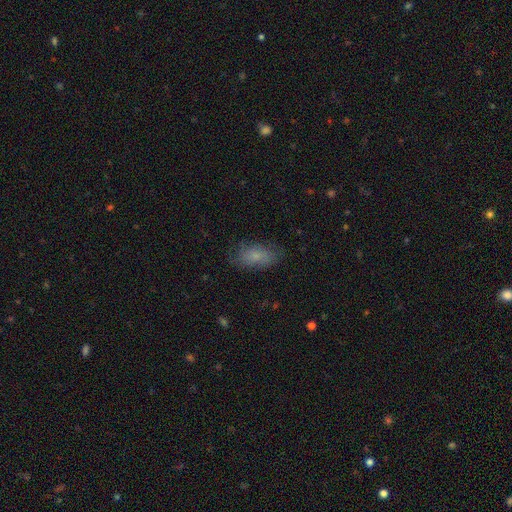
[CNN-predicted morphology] This is likely a smooth galaxy (69%). How rounded: clearly in between (89%). Merging: likely none (71%).